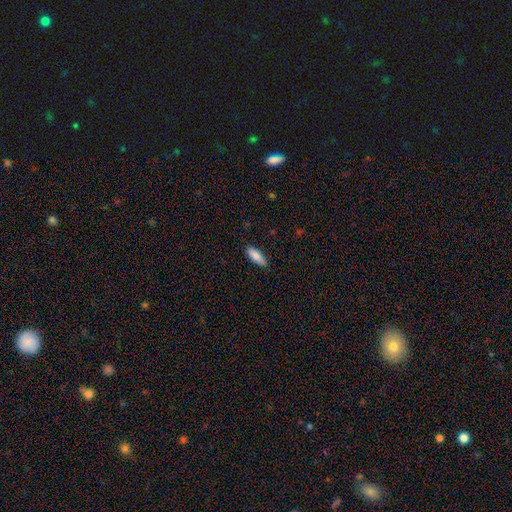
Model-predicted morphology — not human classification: Smooth or featured?
  - smooth: 85% *
  - featured or disk: 9%
  - star or artifact: 6%
How rounded?
  - in between: 63% *
  - cigar-shaped: 35%
  - round: 2%
Merging?
  - none: 81% *
  - minor disturbance: 15%
  - major disturbance: 2%
  - merger: 1%